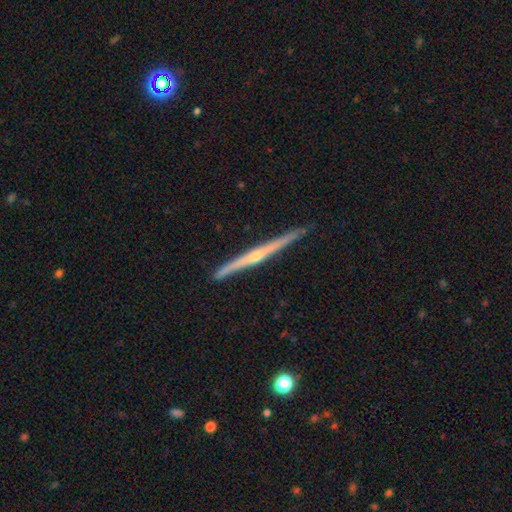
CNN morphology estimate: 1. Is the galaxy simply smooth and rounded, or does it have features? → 77% featured or disk, 18% smooth, 5% star or artifact.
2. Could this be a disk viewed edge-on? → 98% yes, 2% no.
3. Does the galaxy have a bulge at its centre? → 73% rounded, 22% none, 5% boxy.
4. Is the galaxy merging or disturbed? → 88% none, 9% minor disturbance, 1% major disturbance, 1% merger.